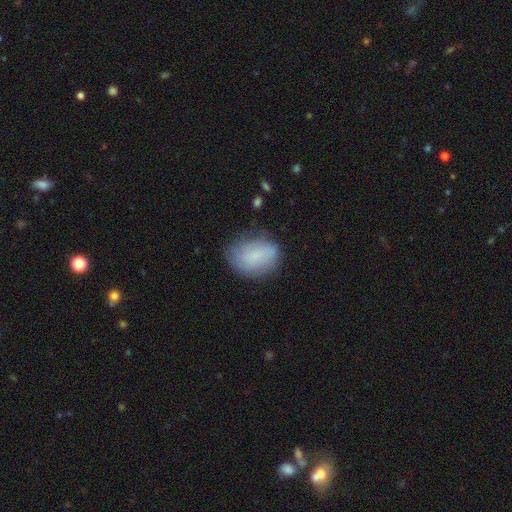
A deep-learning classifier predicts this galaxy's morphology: A smooth galaxy with no disk features (75%) that is in between round and cigar-shaped (70%).

Vote fractions:
- Smooth or featured? smooth: 75% / featured or disk: 17% / star or artifact: 8%
- How rounded? in between: 70% / round: 29% / cigar-shaped: 1%
- Merging? none: 67% / minor disturbance: 24% / major disturbance: 7% / merger: 2%